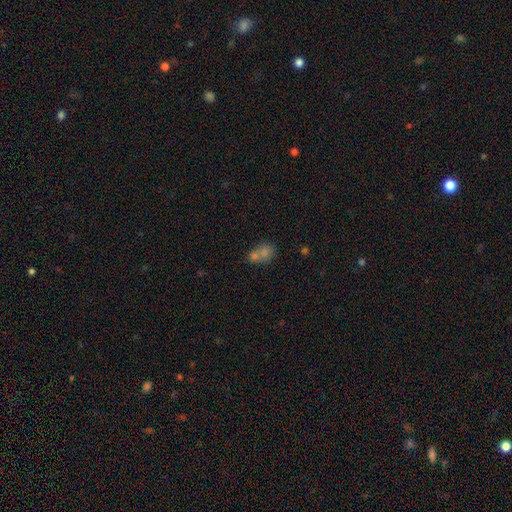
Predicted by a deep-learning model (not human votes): Q: Smooth or featured?
A: smooth (66%); runner-up: star or artifact (20%)
Q: How rounded?
A: round (50%); runner-up: in between (47%)
Q: Merging?
A: merger (51%); runner-up: none (36%)